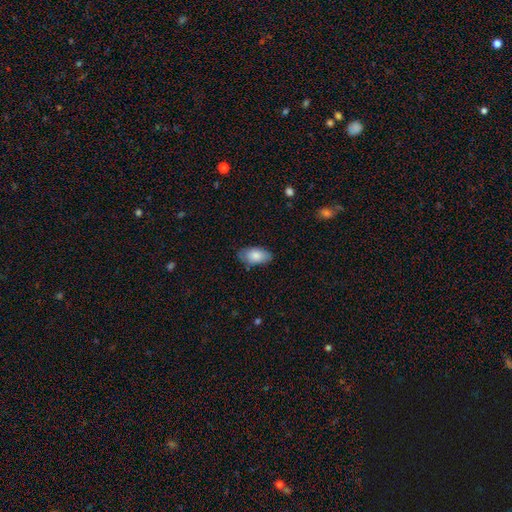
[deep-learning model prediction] Smooth or featured? smooth (84%)
How rounded? in between (94%)
Merging? none (78%)